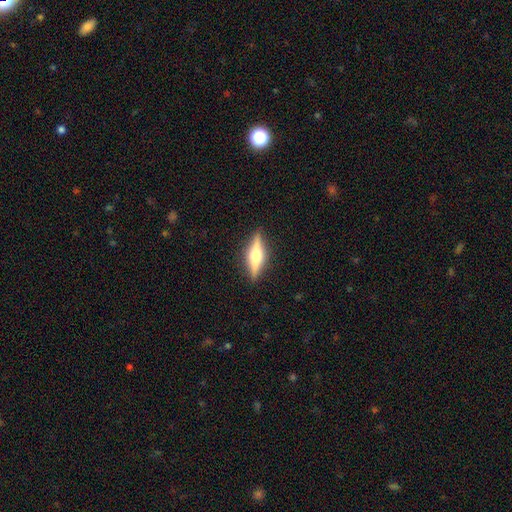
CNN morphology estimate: A featured or disk galaxy (68%) viewed edge-on (97%) with a rounded central bulge (90%). Merging: none (89%).